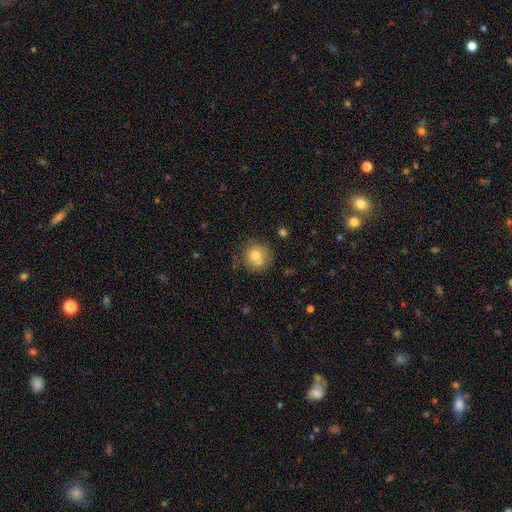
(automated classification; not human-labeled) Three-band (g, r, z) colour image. It shows a smooth galaxy with no disk features (72%) that is round (91%). Merging: none (63%).